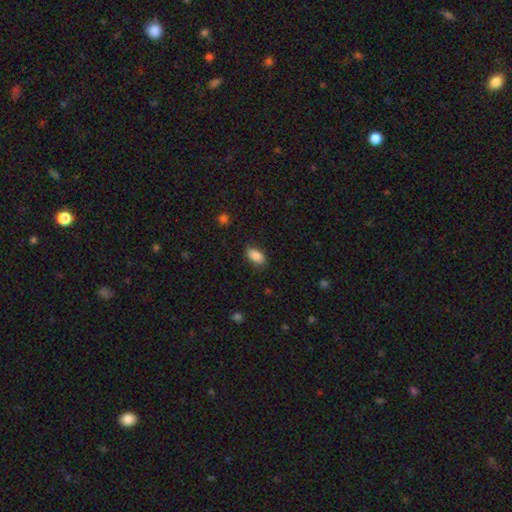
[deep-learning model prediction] This appears to be a smooth galaxy with no disk features (88%) that is in between round and cigar-shaped (92%). Merging: none (85%).